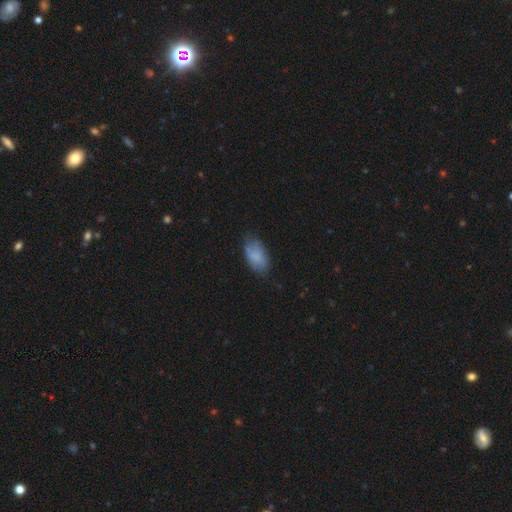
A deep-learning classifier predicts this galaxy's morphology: Smooth or featured: smooth — 76% (featured or disk — 16%)
How rounded: in between — 93% (round — 4%)
Merging: none — 61% (minor disturbance — 29%)